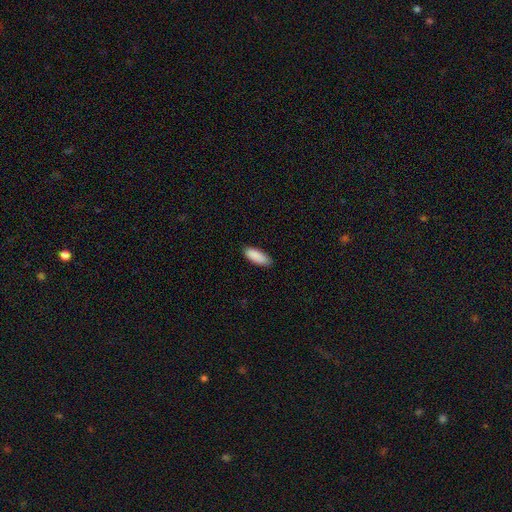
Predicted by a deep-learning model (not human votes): Smooth or featured?
  - smooth: 90% *
  - star or artifact: 6%
  - featured or disk: 4%
How rounded?
  - in between: 75% *
  - cigar-shaped: 23%
  - round: 2%
Merging?
  - none: 83% *
  - minor disturbance: 13%
  - major disturbance: 2%
  - merger: 1%